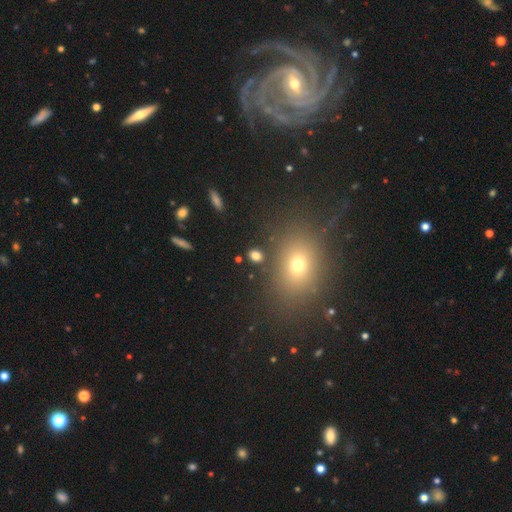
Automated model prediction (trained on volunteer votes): This appears to be a smooth galaxy with no disk features (75%) that is in between round and cigar-shaped (56%). Merging: none (84%).